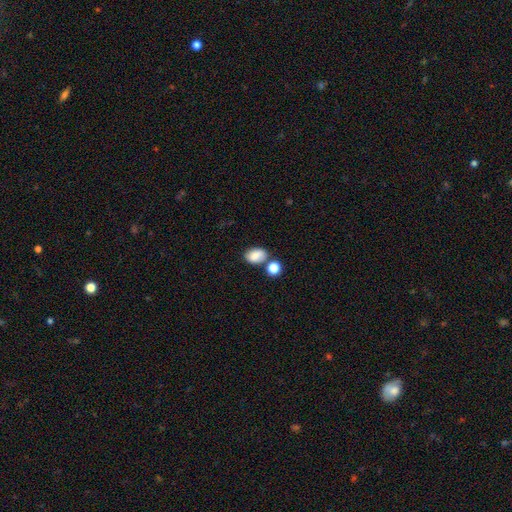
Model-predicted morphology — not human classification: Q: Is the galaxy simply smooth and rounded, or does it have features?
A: smooth — 82%.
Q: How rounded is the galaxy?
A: in between — 80%.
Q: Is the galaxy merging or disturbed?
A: none — 62%.